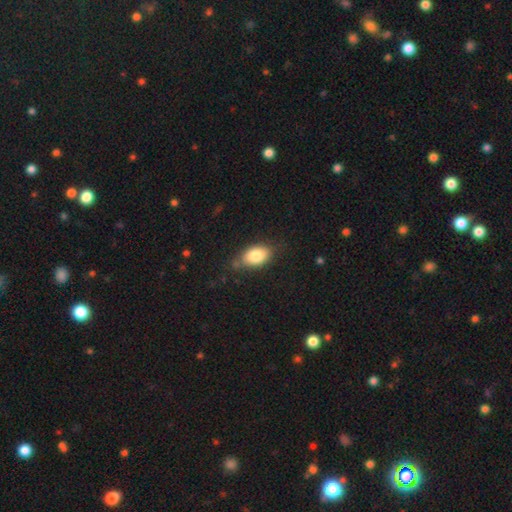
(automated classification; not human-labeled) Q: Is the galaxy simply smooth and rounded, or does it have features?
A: smooth — 81%.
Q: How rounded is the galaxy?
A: in between — 89%.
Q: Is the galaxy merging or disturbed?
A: none — 71%.